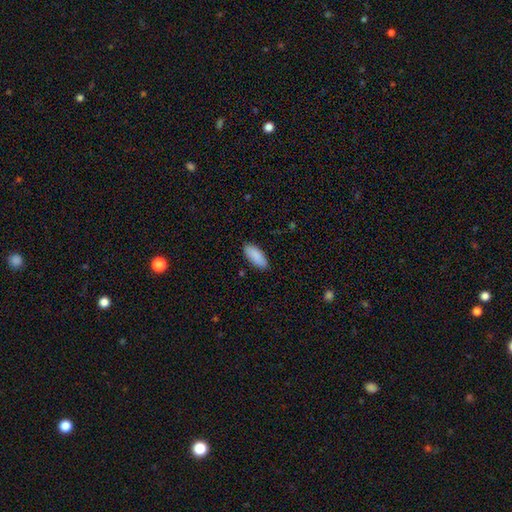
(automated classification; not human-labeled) A smooth galaxy with no disk features (90%) that is in between round and cigar-shaped (85%). Merging: none (88%).